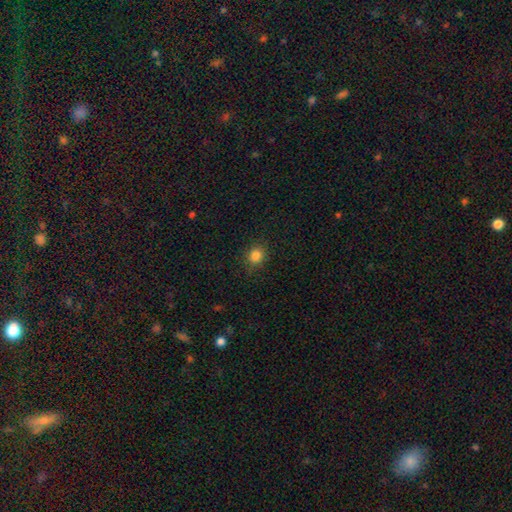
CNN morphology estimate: Smooth or featured? smooth (83%)
How rounded? round (80%)
Merging? none (86%)